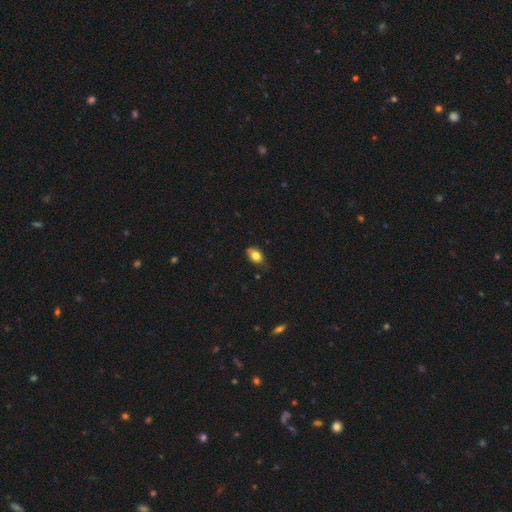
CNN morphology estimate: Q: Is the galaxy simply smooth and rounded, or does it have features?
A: smooth — 80%.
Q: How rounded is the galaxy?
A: in between — 85%.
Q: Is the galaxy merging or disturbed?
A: none — 74%.